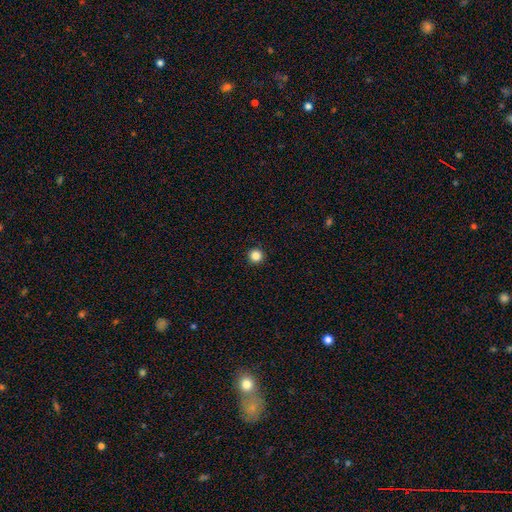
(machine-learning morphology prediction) Overall: smooth (85%). How rounded: round (97%). Merging: none (94%).